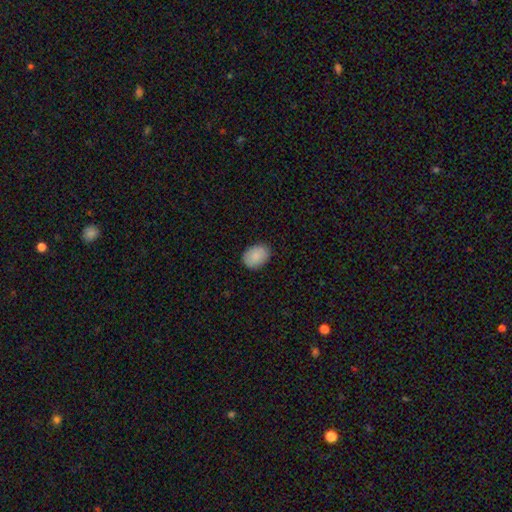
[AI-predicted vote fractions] Smooth or featured?
  - smooth: 89% *
  - star or artifact: 6%
  - featured or disk: 5%
How rounded?
  - in between: 73% *
  - round: 26%
  - cigar-shaped: 1%
Merging?
  - none: 87% *
  - minor disturbance: 10%
  - major disturbance: 2%
  - merger: 1%